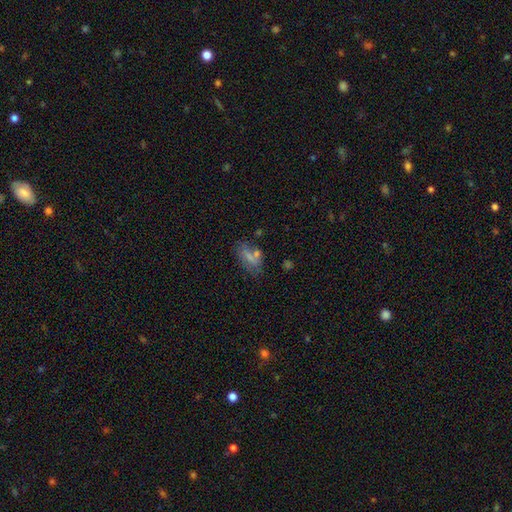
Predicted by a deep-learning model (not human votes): Morphology: type=smooth (46%); merging=none (60%).